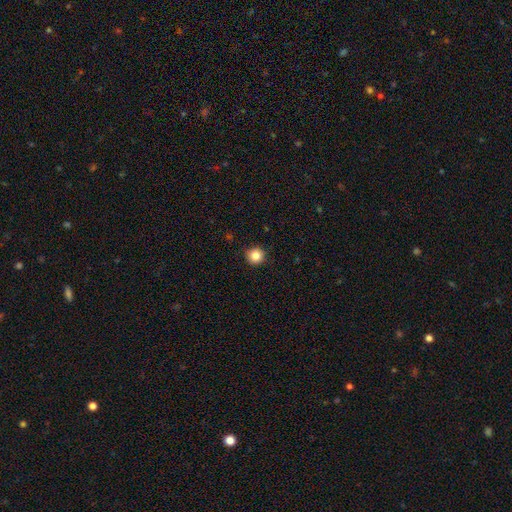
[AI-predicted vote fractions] Smooth or featured: smooth — 85% (star or artifact — 10%)
How rounded: round — 94% (in between — 5%)
Merging: none — 91% (minor disturbance — 7%)